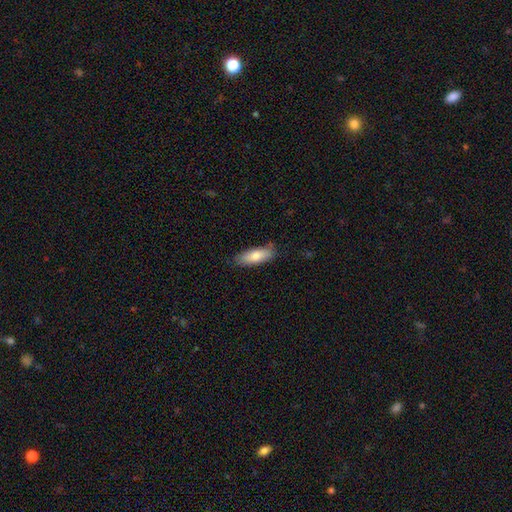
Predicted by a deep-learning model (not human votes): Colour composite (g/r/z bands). It shows a smooth galaxy with no disk features (79%) that is in between round and cigar-shaped (61%). Merging: none (82%).